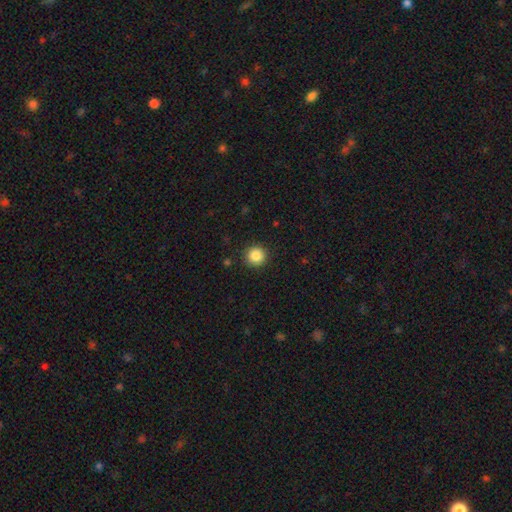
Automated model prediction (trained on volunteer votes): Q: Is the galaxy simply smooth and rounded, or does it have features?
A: smooth — 86%.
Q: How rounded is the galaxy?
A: round — 95%.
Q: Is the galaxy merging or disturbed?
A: none — 92%.